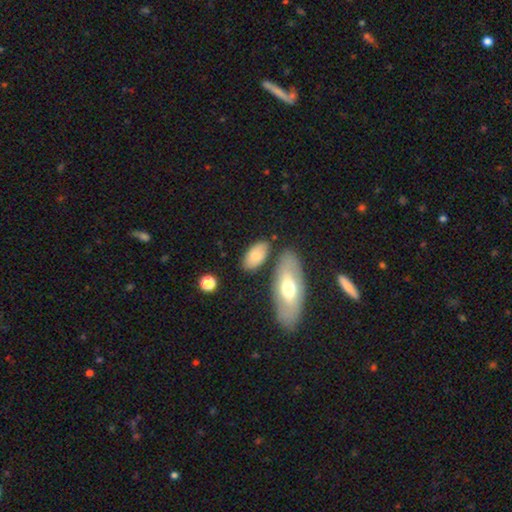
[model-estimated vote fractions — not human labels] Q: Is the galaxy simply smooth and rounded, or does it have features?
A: smooth — 76%.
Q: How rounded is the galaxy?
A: in between — 92%.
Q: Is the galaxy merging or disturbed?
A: none — 71%.